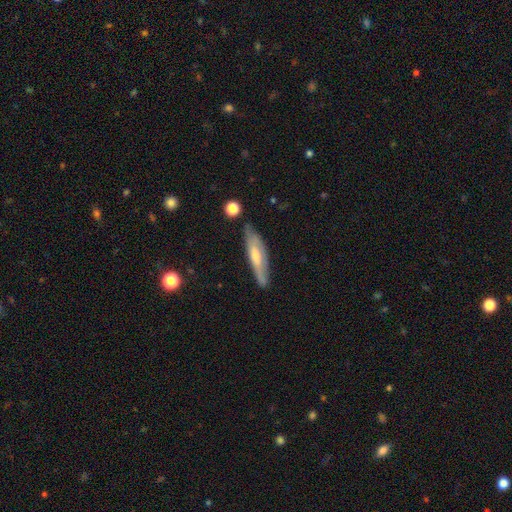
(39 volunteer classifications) Q: Smooth or featured?
A: featured or disk (62%); runner-up: smooth (36%)
Q: Edge-on disk?
A: yes (79%); runner-up: no (21%)
Q: Edge-on bulge?
A: rounded (68%); runner-up: boxy (26%)
Q: Merging?
A: none (55%); runner-up: minor disturbance (37%)